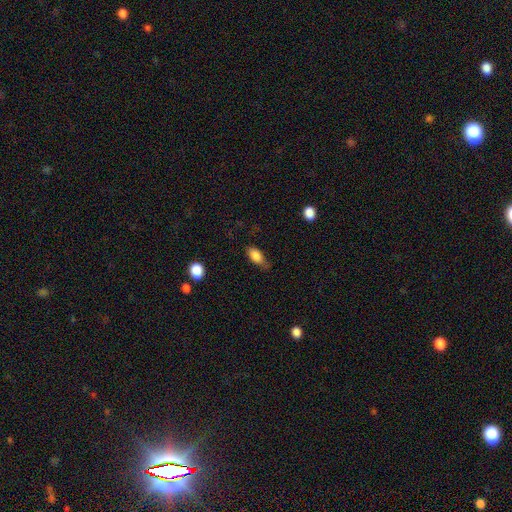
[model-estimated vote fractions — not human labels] The model was most divided on "merging": none: 61%, minor disturbance: 29%, major disturbance: 9%, merger: 2%. More confident: how rounded — in between (88%); smooth or featured — smooth (84%).